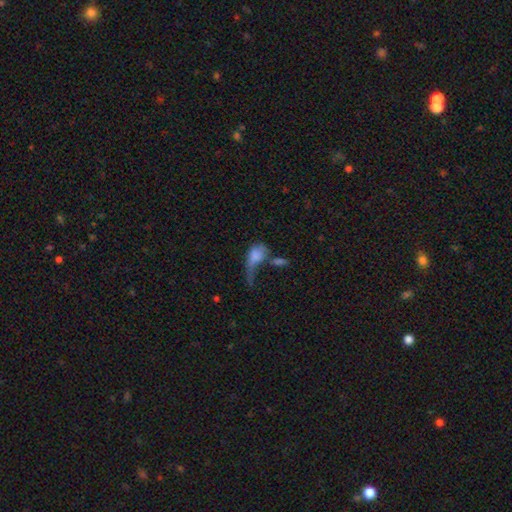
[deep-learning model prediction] The model was most divided on "merging": major disturbance: 47%, merger: 26%, none: 14%, minor disturbance: 13%. More confident: how rounded — in between (77%); smooth or featured — smooth (67%).